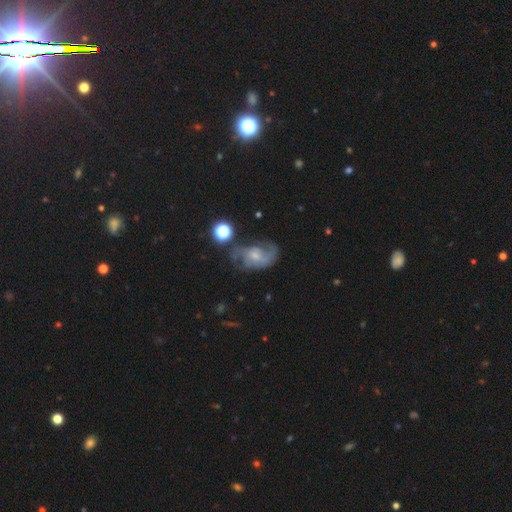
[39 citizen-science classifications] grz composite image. It shows a featured or disk galaxy (72%) with a weak bar (52%), 2 (77%) medium (54%) spiral arms (96%) and a moderate central bulge (41%). Merging: none (66%).